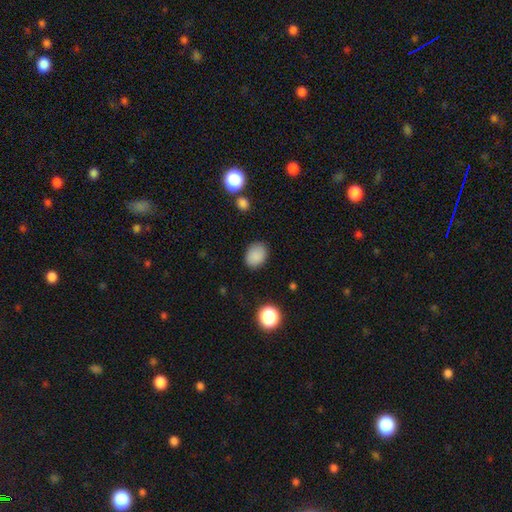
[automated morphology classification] Q: Smooth or featured?
A: smooth (87%); runner-up: star or artifact (10%)
Q: How rounded?
A: in between (65%); runner-up: round (34%)
Q: Merging?
A: none (84%); runner-up: minor disturbance (12%)